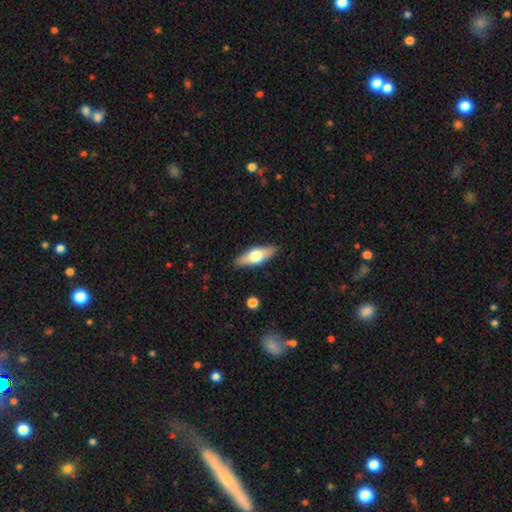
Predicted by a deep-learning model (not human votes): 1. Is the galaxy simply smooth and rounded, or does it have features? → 56% smooth, 38% featured or disk, 6% star or artifact.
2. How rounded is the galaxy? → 65% in between, 32% cigar-shaped, 3% round.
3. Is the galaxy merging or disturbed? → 88% none, 9% minor disturbance, 2% major disturbance, 1% merger.